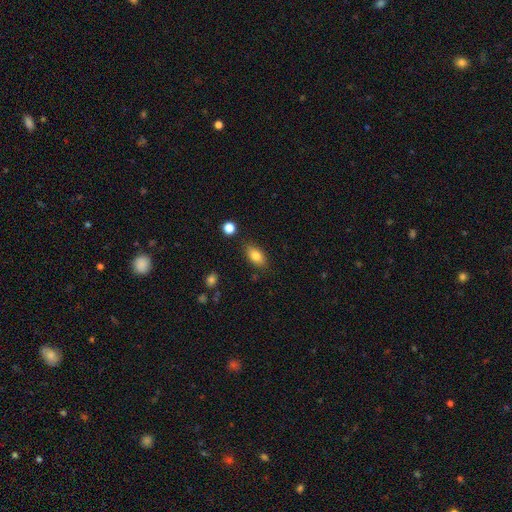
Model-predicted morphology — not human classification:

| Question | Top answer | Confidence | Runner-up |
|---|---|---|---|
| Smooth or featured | smooth | 82% | featured or disk (10%) |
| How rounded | in between | 89% | round (6%) |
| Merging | none | 83% | minor disturbance (12%) |